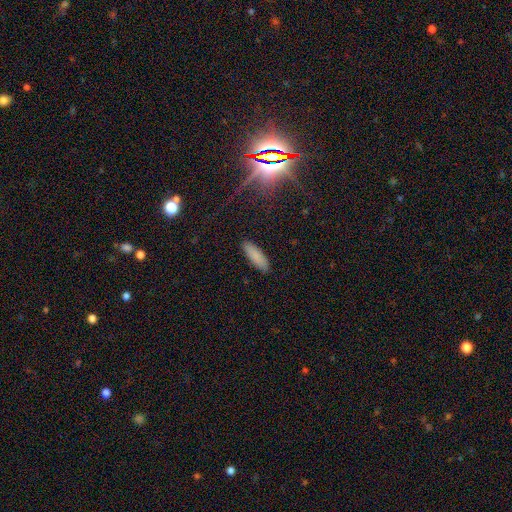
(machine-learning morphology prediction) smooth 83%, featured or disk 9%, star or artifact 8%. Down the decision tree: how rounded — in between (51%); merging — none (88%).